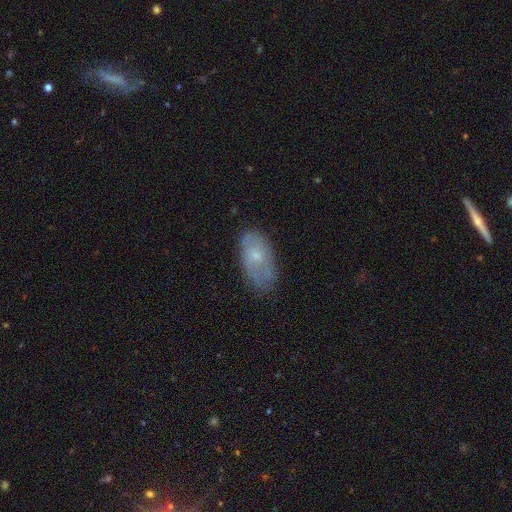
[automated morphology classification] Smooth or featured?
  - featured or disk: 47% *
  - smooth: 45%
  - star or artifact: 7%
Merging?
  - none: 66% *
  - minor disturbance: 25%
  - major disturbance: 7%
  - merger: 2%